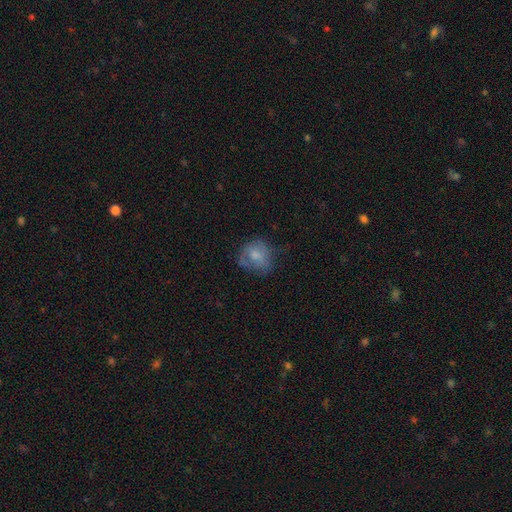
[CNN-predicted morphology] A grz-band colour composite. It shows a smooth galaxy with no disk features (62%) that is round (70%). Merging: none (49%).